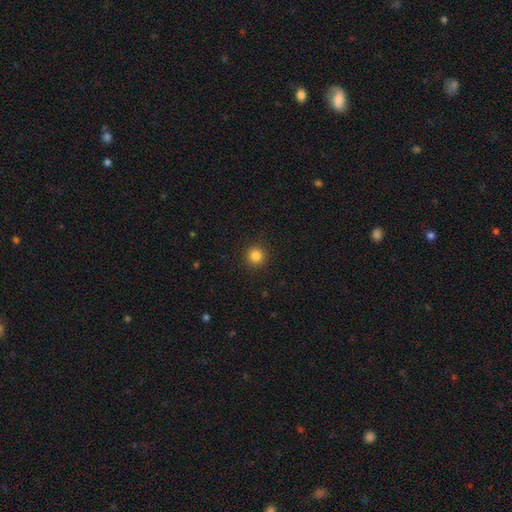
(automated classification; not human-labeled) Morphology: type=smooth (84%); roundness=round (95%); merging=none (92%).